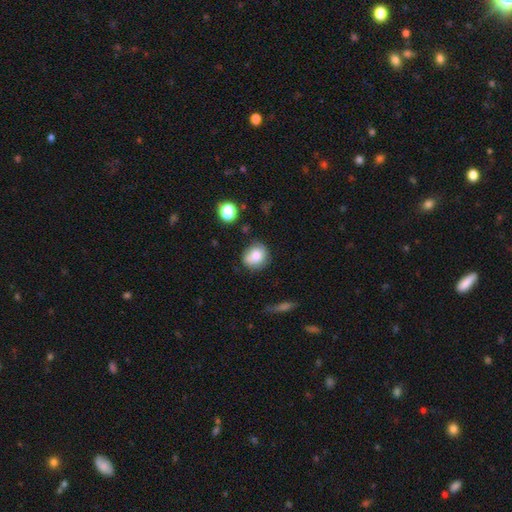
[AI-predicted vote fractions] Smooth or featured? smooth (73%)
How rounded? round (70%)
Merging? none (58%)